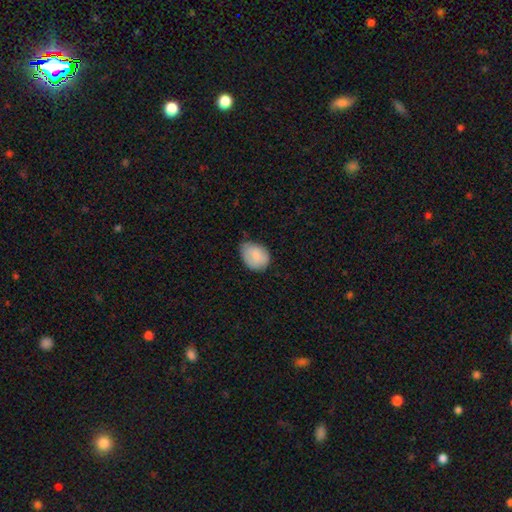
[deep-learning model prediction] A smooth galaxy with no disk features (83%) that is in between round and cigar-shaped (67%).

Vote fractions:
- Smooth or featured? smooth: 83% / featured or disk: 11% / star or artifact: 7%
- How rounded? in between: 67% / round: 32% / cigar-shaped: 1%
- Merging? none: 55% / minor disturbance: 37% / major disturbance: 7% / merger: 2%